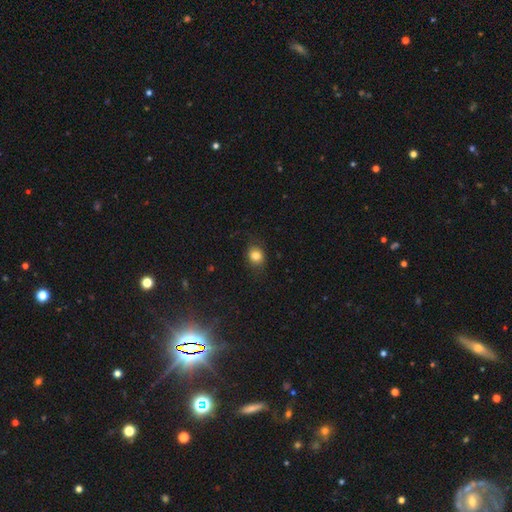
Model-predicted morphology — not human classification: Smooth or featured?
  - smooth: 82% *
  - star or artifact: 11%
  - featured or disk: 7%
How rounded?
  - round: 61% *
  - in between: 38%
  - cigar-shaped: 1%
Merging?
  - none: 80% *
  - minor disturbance: 14%
  - major disturbance: 4%
  - merger: 1%